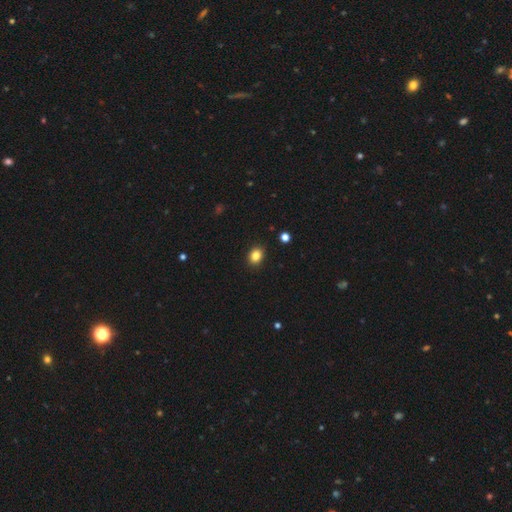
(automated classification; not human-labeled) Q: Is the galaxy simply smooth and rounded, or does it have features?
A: smooth — 85%.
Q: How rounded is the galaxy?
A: in between — 52%.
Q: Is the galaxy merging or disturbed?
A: none — 90%.